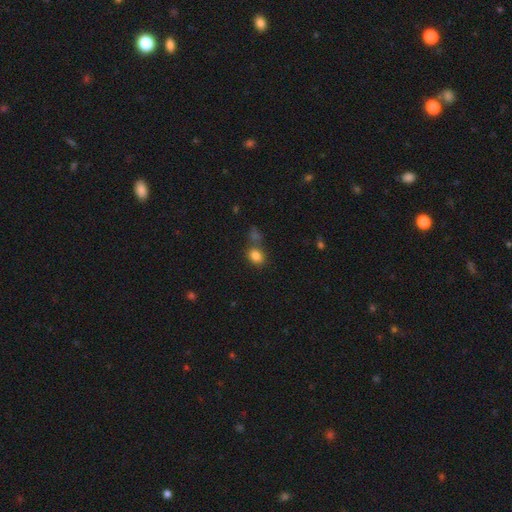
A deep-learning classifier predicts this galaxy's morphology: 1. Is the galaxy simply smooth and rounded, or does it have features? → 83% smooth, 11% star or artifact, 6% featured or disk.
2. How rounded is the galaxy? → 54% in between, 45% round, 1% cigar-shaped.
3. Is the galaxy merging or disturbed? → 65% none, 19% merger, 12% minor disturbance, 5% major disturbance.